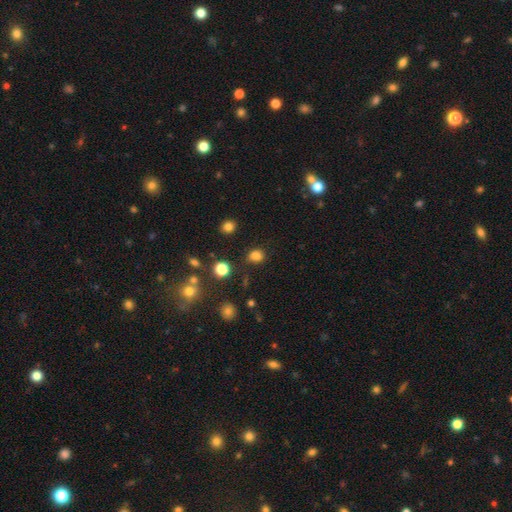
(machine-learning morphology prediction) A smooth galaxy with no disk features (78%) that is round (65%).

Vote fractions:
- Smooth or featured? smooth: 78% / star or artifact: 17% / featured or disk: 5%
- How rounded? round: 65% / in between: 33% / cigar-shaped: 1%
- Merging? none: 68% / minor disturbance: 15% / merger: 11% / major disturbance: 6%